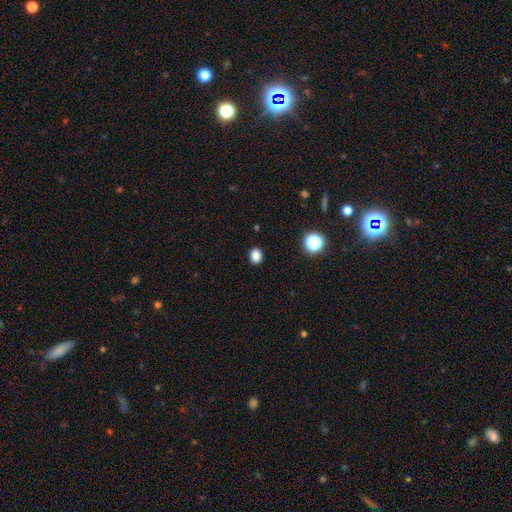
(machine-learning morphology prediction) Smooth or featured: smooth — 84% (star or artifact — 13%)
How rounded: round — 52% (in between — 47%)
Merging: none — 90% (minor disturbance — 7%)